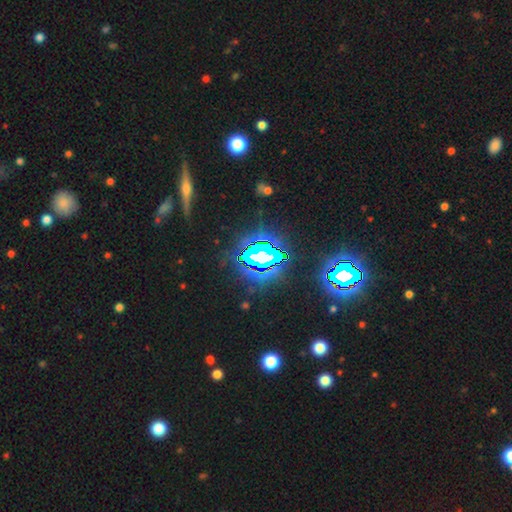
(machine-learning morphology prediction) Smooth or featured? Predicted: star or artifact (p=0.78).